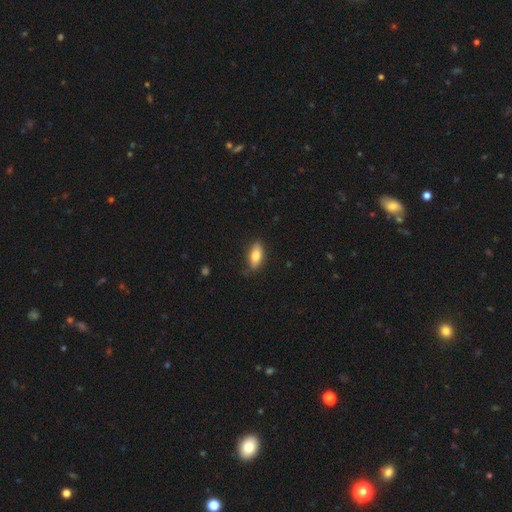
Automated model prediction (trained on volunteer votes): This appears to be a smooth galaxy with no disk features (74%) that is in between round and cigar-shaped (76%). Merging: none (79%).